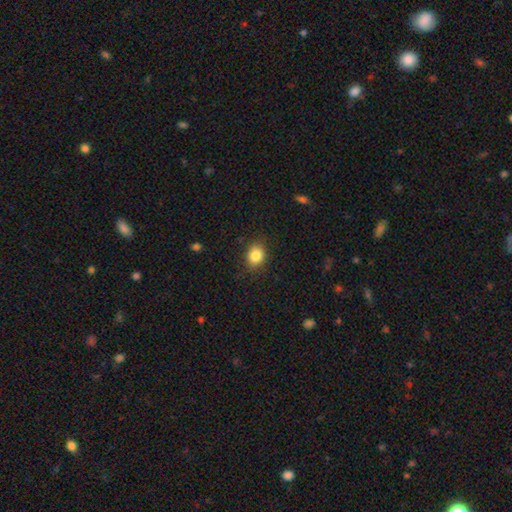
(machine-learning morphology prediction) Smooth or featured? smooth (84%)
How rounded? round (53%)
Merging? none (83%)